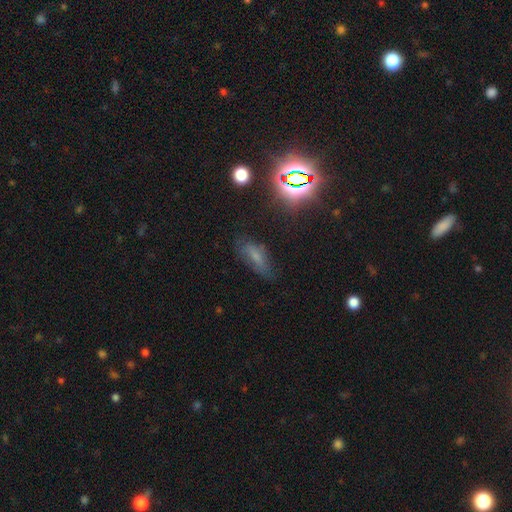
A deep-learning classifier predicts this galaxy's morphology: This is possibly a smooth galaxy (54%). How rounded: likely in between (69%). Merging: likely none (60%).